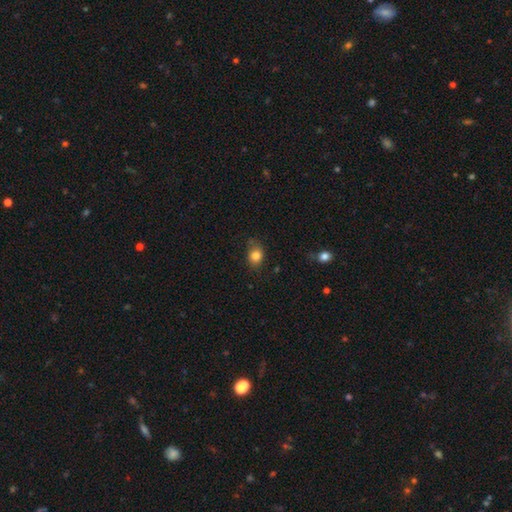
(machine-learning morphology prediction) A smooth galaxy with no disk features (83%) that is round (51%). Merging: none (71%).